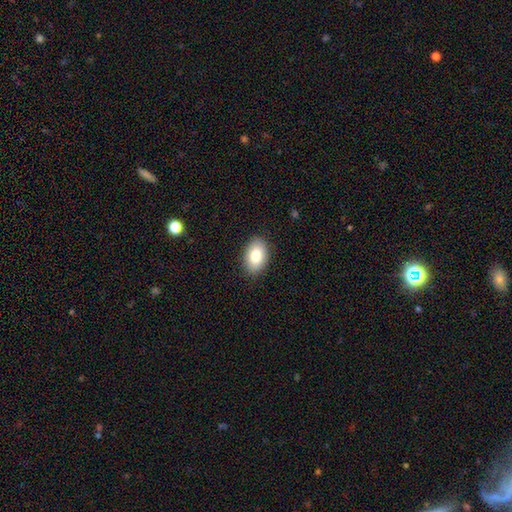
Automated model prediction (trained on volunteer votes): A smooth galaxy with no disk features (84%) that is in between round and cigar-shaped (90%). Merging: none (88%).